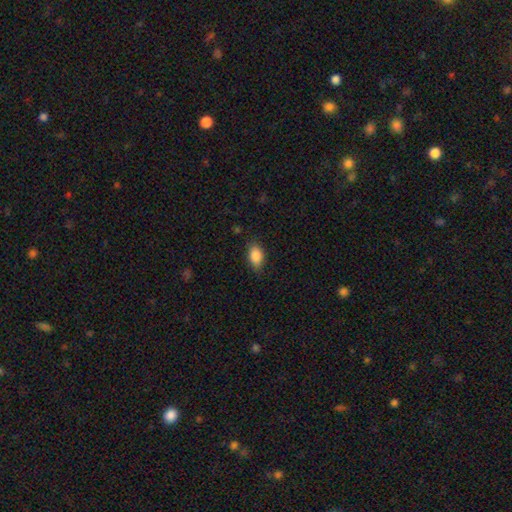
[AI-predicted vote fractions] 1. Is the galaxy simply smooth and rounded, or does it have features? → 86% smooth, 8% star or artifact, 6% featured or disk.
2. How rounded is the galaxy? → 88% in between, 9% round, 3% cigar-shaped.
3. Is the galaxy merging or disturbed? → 81% none, 15% minor disturbance, 3% major disturbance, 1% merger.